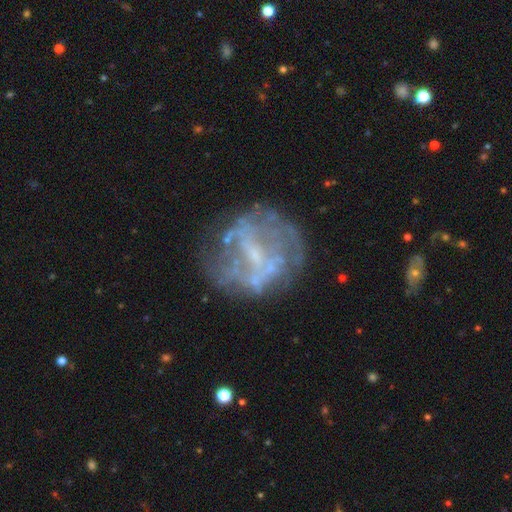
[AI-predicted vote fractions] A featured or disk galaxy (72%) with no bar (42%), no spiral arms (65%) and a small central bulge (45%). Merging: none (64%).